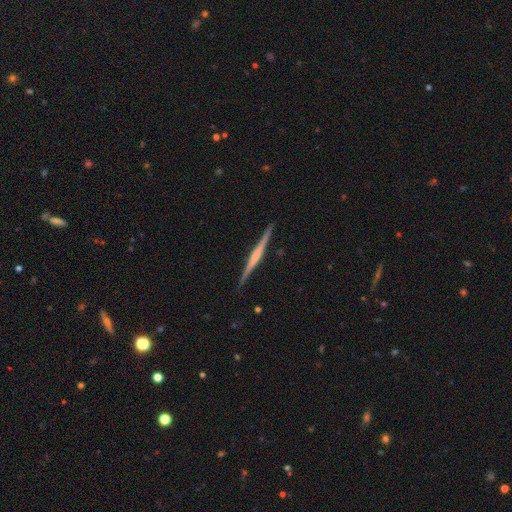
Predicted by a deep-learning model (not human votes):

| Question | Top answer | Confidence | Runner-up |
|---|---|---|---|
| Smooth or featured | featured or disk | 73% | smooth (22%) |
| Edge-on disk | yes | 98% | no (2%) |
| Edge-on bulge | none | 39% | rounded (38%) |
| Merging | none | 91% | minor disturbance (7%) |